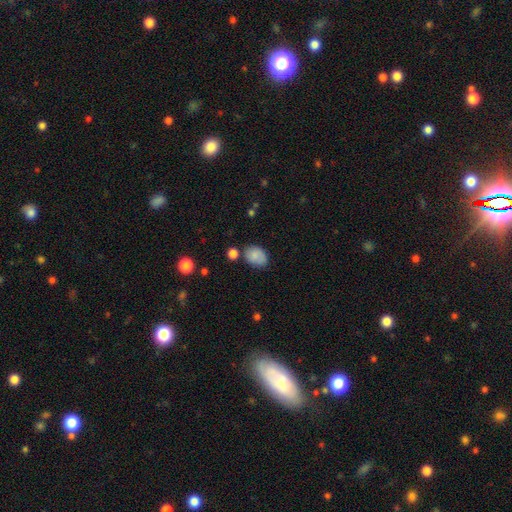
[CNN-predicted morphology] Smooth or featured: smooth — 82% (featured or disk — 10%)
How rounded: in between — 74% (round — 24%)
Merging: none — 68% (minor disturbance — 20%)